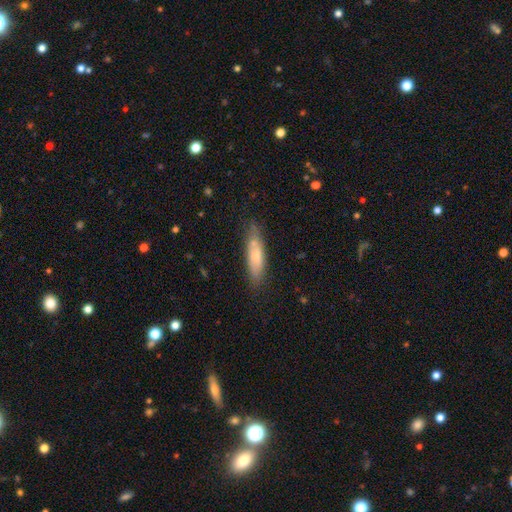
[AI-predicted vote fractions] smooth 63%, featured or disk 30%, star or artifact 7%. Down the decision tree: how rounded — cigar-shaped (62%); merging — none (72%).